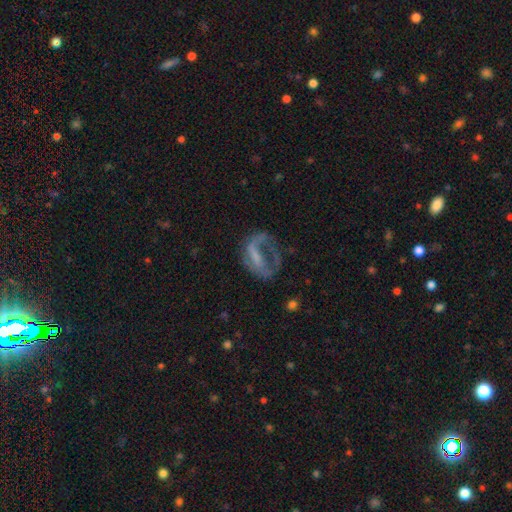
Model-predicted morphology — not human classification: Smooth or featured? featured or disk (62%)
Edge-on disk? no (95%)
Bar? no (44%)
Spiral arms? no (52%)
Bulge size? none (52%)
Merging? major disturbance (47%)